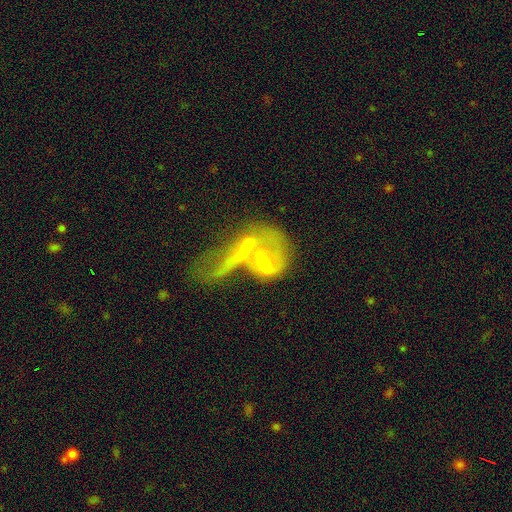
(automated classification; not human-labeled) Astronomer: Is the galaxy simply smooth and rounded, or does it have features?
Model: featured or disk — 59%.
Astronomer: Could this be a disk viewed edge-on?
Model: no — 85%.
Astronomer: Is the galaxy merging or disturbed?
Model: merger — 63%.